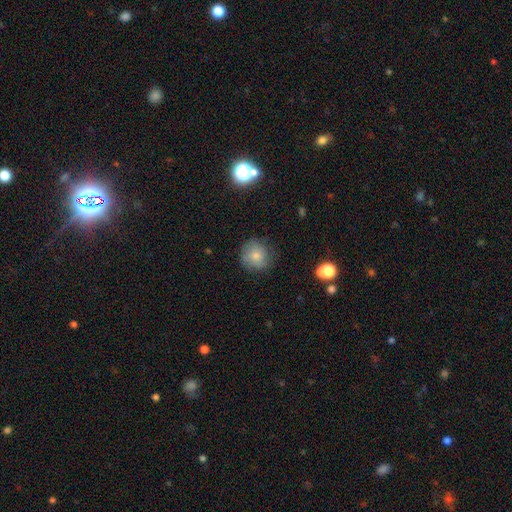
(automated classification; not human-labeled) smooth 77%, featured or disk 13%, star or artifact 10%. Down the decision tree: how rounded — round (90%); merging — none (75%).